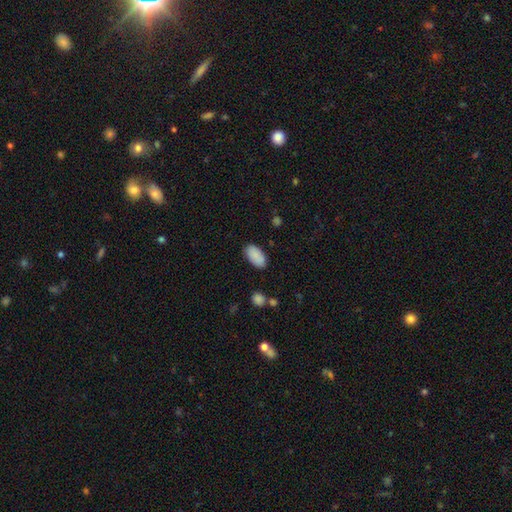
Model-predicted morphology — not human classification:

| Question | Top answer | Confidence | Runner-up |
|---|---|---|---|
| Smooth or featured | smooth | 89% | star or artifact (6%) |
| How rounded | in between | 95% | cigar-shaped (3%) |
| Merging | none | 85% | minor disturbance (11%) |